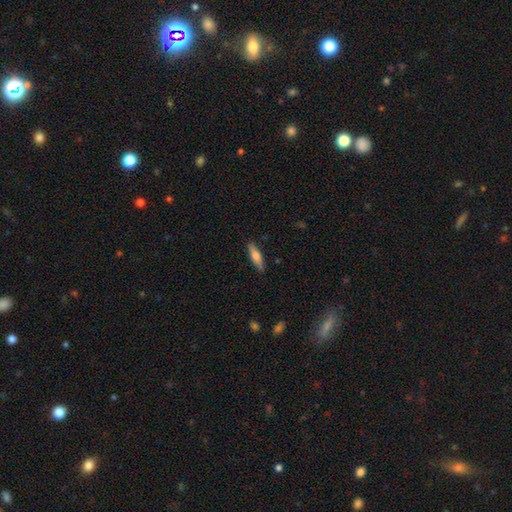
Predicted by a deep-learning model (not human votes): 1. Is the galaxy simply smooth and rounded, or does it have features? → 65% smooth, 29% featured or disk, 6% star or artifact.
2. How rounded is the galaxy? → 66% cigar-shaped, 32% in between, 2% round.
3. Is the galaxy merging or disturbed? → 87% none, 10% minor disturbance, 2% major disturbance, 1% merger.